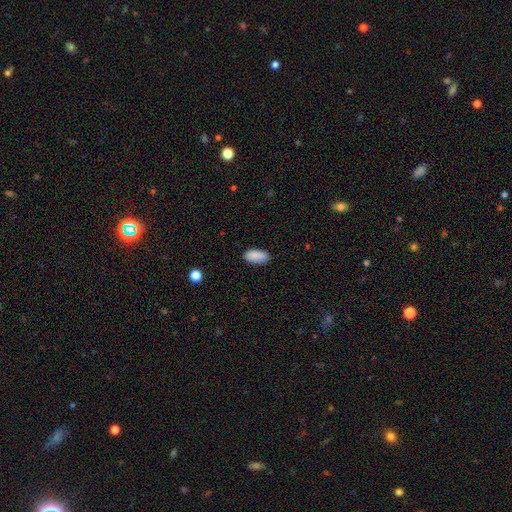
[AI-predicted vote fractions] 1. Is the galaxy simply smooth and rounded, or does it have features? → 89% smooth, 7% star or artifact, 4% featured or disk.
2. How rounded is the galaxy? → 92% in between, 6% cigar-shaped, 2% round.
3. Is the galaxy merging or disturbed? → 85% none, 12% minor disturbance, 2% major disturbance, 1% merger.